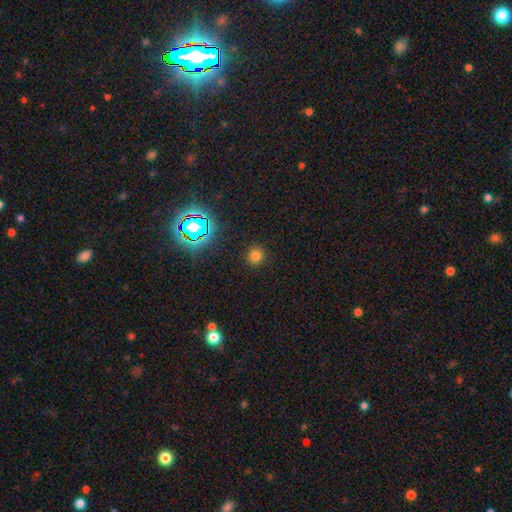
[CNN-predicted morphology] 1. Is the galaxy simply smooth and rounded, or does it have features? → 74% smooth, 20% star or artifact, 6% featured or disk.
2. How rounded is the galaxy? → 92% round, 7% in between, 1% cigar-shaped.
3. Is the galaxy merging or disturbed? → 90% none, 6% minor disturbance, 2% major disturbance, 1% merger.